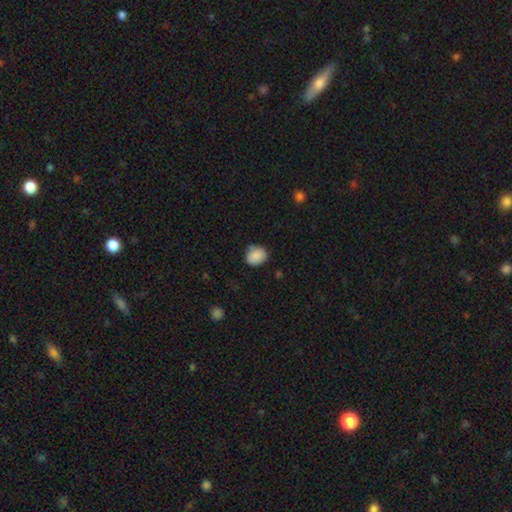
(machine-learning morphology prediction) smooth-or-featured: smooth: 88% | star or artifact: 8% | featured or disk: 4%
  how-rounded: round: 60% | in between: 39% | cigar-shaped: 1%
  merging: none: 76% | minor disturbance: 19% | major disturbance: 3% | merger: 2%